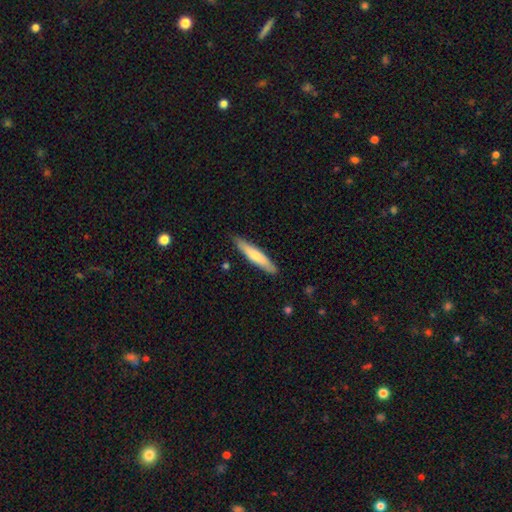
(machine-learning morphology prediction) Smooth or featured: smooth — 65% (featured or disk — 30%)
How rounded: cigar-shaped — 88% (in between — 10%)
Merging: none — 88% (minor disturbance — 10%)